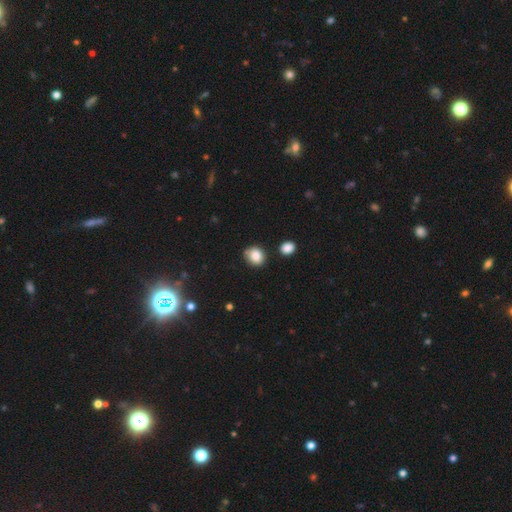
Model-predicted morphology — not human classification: smooth_or_featured: smooth (p=0.84) [alt: star or artifact p=0.10]
how_rounded: round (p=0.70) [alt: in between p=0.29]
merging: none (p=0.75) [alt: minor disturbance p=0.15]